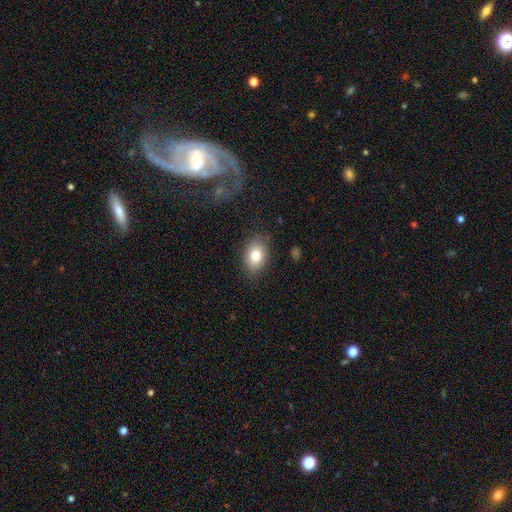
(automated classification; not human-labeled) Overall: smooth (80%). How rounded: in between (76%). Merging: none (83%).